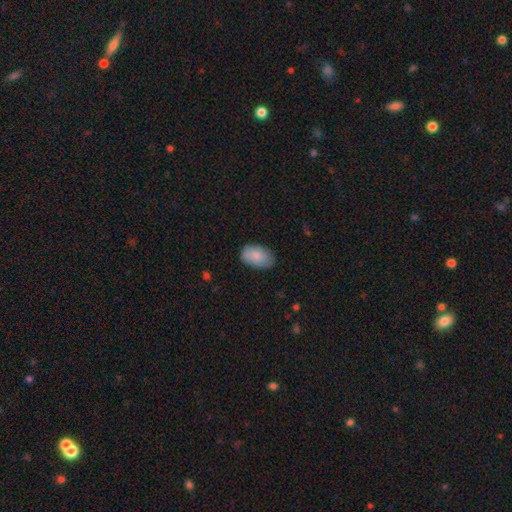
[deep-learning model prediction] Smooth or featured? smooth (79%)
How rounded? in between (90%)
Merging? none (76%)